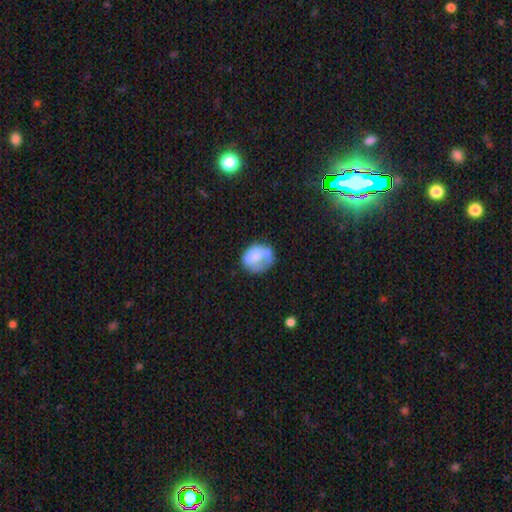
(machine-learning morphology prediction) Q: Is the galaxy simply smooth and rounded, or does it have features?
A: smooth — 66%.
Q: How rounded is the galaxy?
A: round — 53%.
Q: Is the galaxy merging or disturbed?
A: none — 40%.